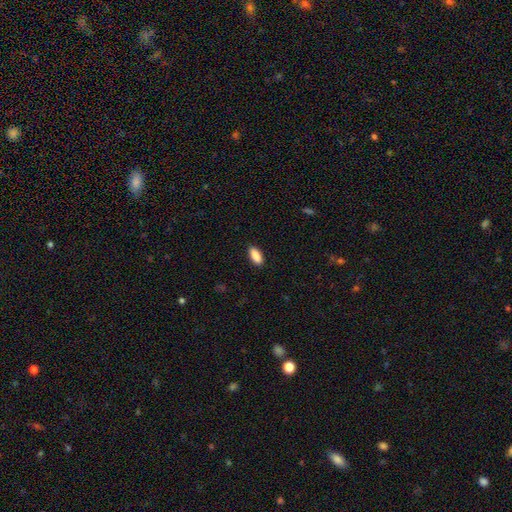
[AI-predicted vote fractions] Morphology: type=smooth (90%); roundness=in between (85%); merging=none (89%).